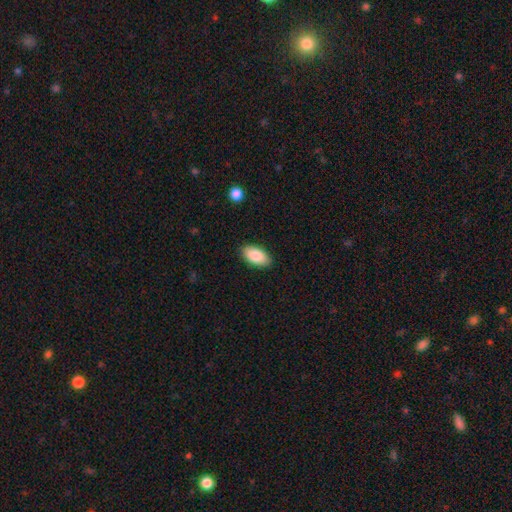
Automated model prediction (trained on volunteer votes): Smooth or featured?
  - smooth: 87% *
  - featured or disk: 7%
  - star or artifact: 6%
How rounded?
  - in between: 94% *
  - cigar-shaped: 3%
  - round: 3%
Merging?
  - none: 88% *
  - minor disturbance: 9%
  - major disturbance: 2%
  - merger: 1%